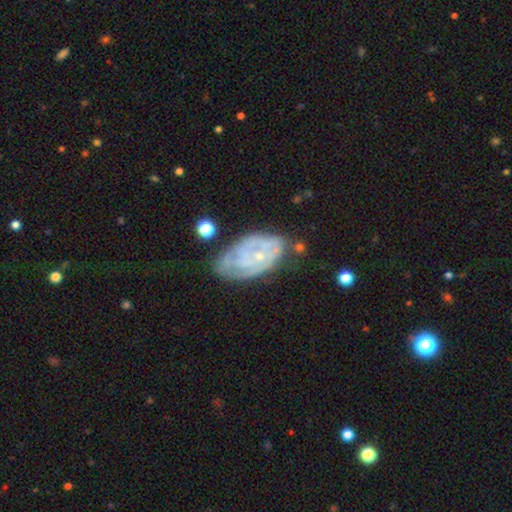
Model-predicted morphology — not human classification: This appears to be a featured or disk galaxy (73%) with no bar (76%), tight (67%) spiral arms (78%) and a small central bulge (74%). Merging: none (56%).